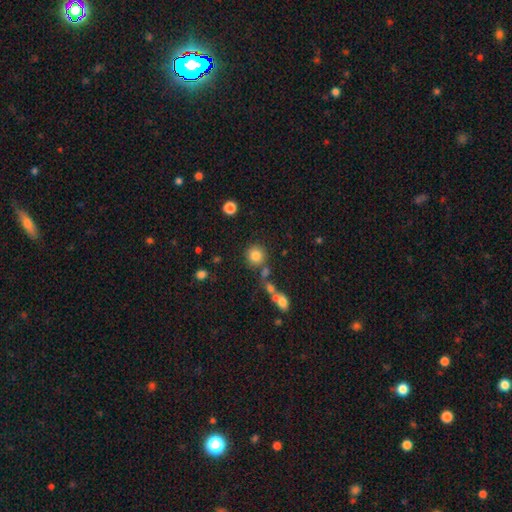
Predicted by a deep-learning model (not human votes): Smooth or featured: smooth — 82% (star or artifact — 11%)
How rounded: round — 92% (in between — 7%)
Merging: none — 76% (merger — 10%)